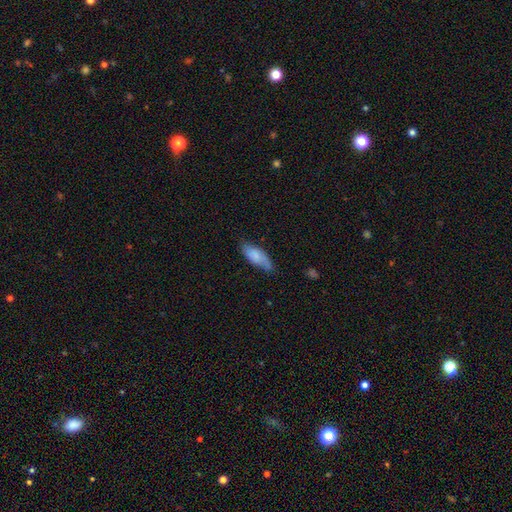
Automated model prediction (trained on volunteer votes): A smooth galaxy with no disk features (75%) that is in between round and cigar-shaped (76%).

Vote fractions:
- Smooth or featured? smooth: 75% / featured or disk: 19% / star or artifact: 6%
- How rounded? in between: 76% / cigar-shaped: 22% / round: 2%
- Merging? none: 65% / minor disturbance: 28% / major disturbance: 5% / merger: 2%